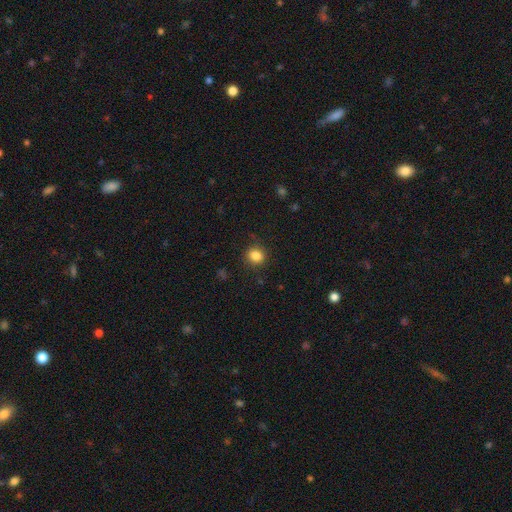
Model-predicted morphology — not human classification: A smooth galaxy with no disk features (85%) that is round (77%). Merging: none (86%).